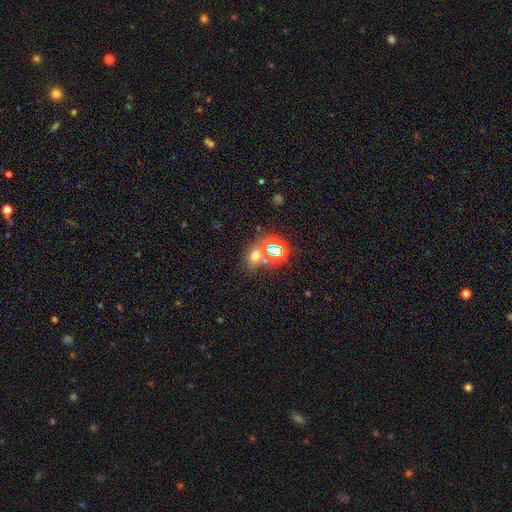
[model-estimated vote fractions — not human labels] Smooth or featured? Predicted: smooth (p=0.55). How rounded? Predicted: round (p=0.61). Merging? Predicted: none (p=0.62).